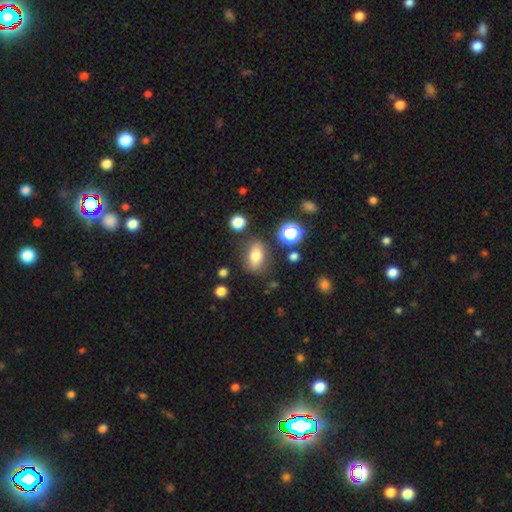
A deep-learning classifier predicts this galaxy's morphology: smooth 72%, featured or disk 16%, star or artifact 12%. Down the decision tree: how rounded — in between (76%); merging — none (77%).